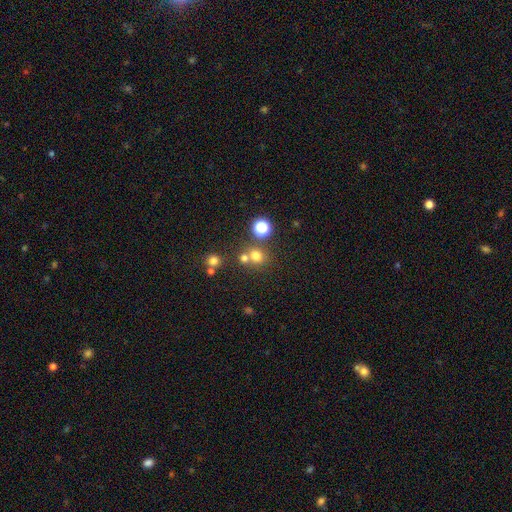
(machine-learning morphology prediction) Smooth or featured? Predicted: smooth (p=0.70). How rounded? Predicted: round (p=0.84). Merging? Predicted: none (p=0.61).